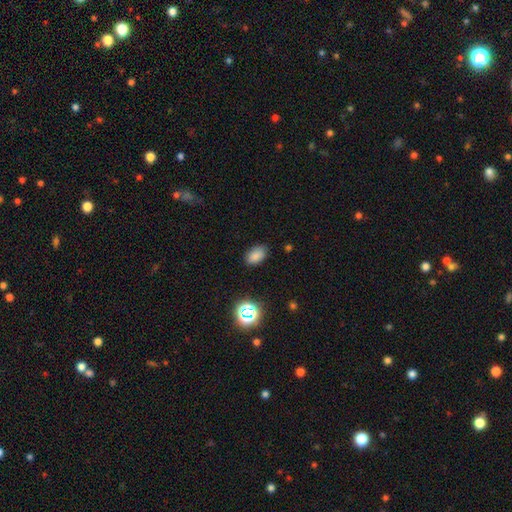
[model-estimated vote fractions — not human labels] A smooth galaxy with no disk features (80%) that is in between round and cigar-shaped (88%).

Vote fractions:
- Smooth or featured? smooth: 80% / star or artifact: 14% / featured or disk: 5%
- How rounded? in between: 88% / round: 11% / cigar-shaped: 1%
- Merging? none: 83% / minor disturbance: 13% / major disturbance: 3% / merger: 1%